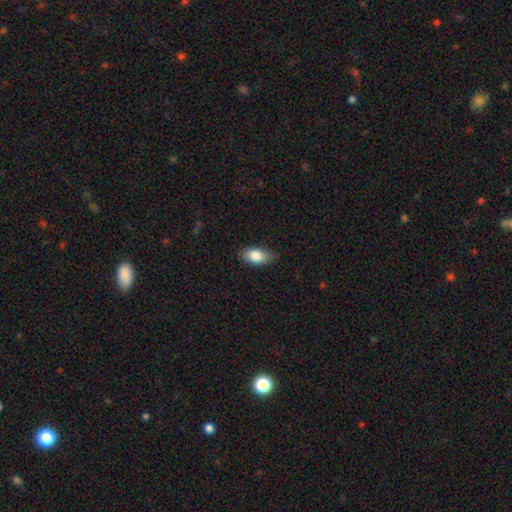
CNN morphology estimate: Smooth or featured?
  - smooth: 83% *
  - featured or disk: 10%
  - star or artifact: 7%
How rounded?
  - in between: 90% *
  - round: 5%
  - cigar-shaped: 5%
Merging?
  - none: 80% *
  - minor disturbance: 16%
  - major disturbance: 3%
  - merger: 1%